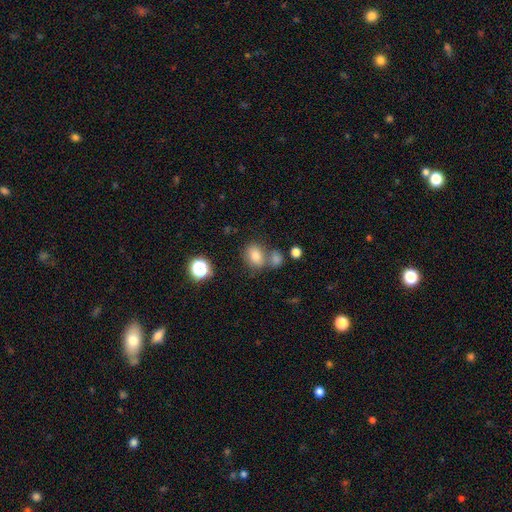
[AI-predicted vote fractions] A smooth galaxy with no disk features (77%) that is in between round and cigar-shaped (60%).

Vote fractions:
- Smooth or featured? smooth: 77% / star or artifact: 14% / featured or disk: 9%
- How rounded? in between: 60% / round: 39% / cigar-shaped: 1%
- Merging? none: 56% / merger: 27% / minor disturbance: 12% / major disturbance: 5%